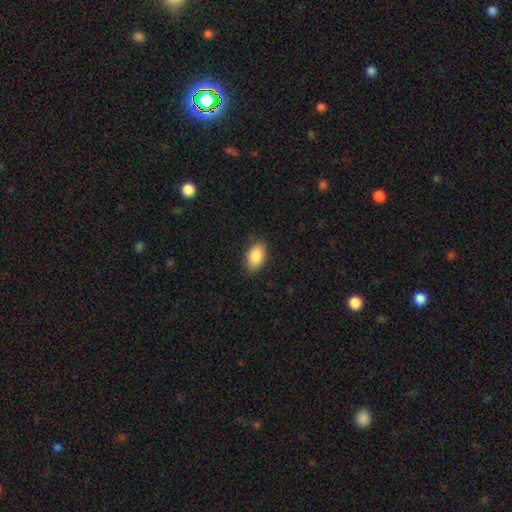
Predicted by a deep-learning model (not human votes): smooth 88%, star or artifact 7%, featured or disk 5%. Down the decision tree: how rounded — in between (93%); merging — none (84%).